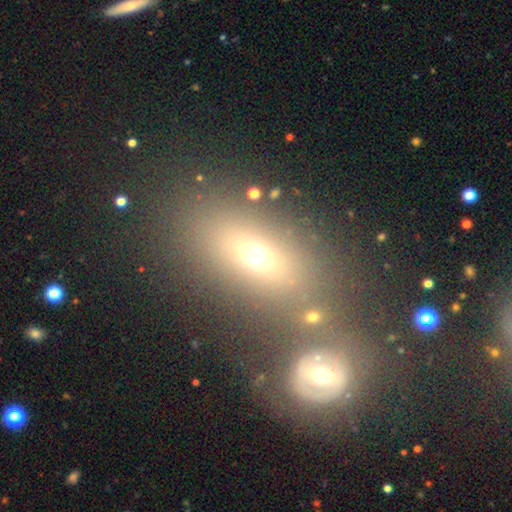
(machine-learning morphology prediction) type=smooth (59%); roundness=in between (71%); merging=none (60%).